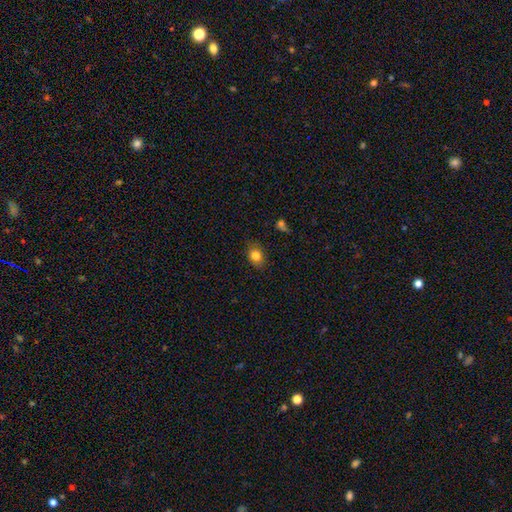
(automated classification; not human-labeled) Smooth or featured? Predicted: smooth (p=0.81). How rounded? Predicted: in between (p=0.68). Merging? Predicted: none (p=0.82).